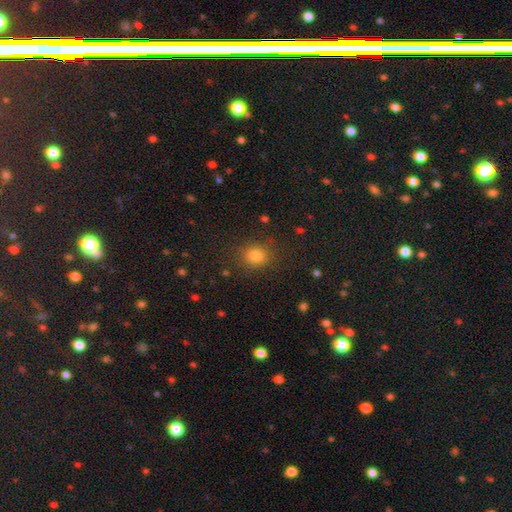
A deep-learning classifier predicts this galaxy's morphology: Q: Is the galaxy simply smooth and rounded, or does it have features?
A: smooth — 81%.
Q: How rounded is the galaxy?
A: round — 82%.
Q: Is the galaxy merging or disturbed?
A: none — 86%.